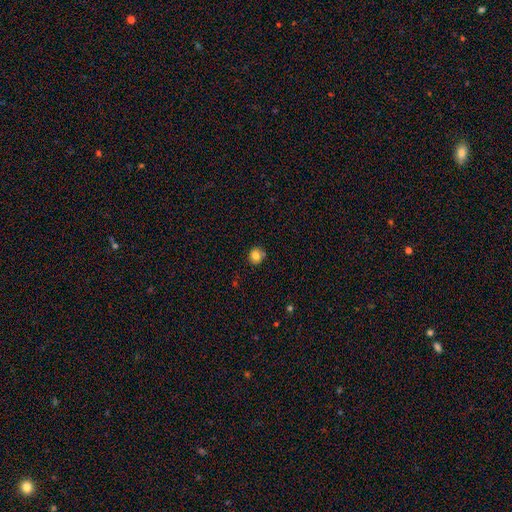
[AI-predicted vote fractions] The model was most divided on "merging": none: 79%, minor disturbance: 13%, merger: 6%, major disturbance: 3%. More confident: how rounded — round (84%); smooth or featured — smooth (82%).